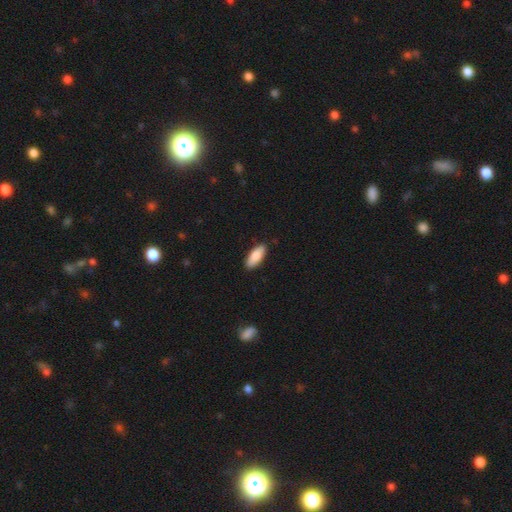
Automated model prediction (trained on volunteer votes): smooth_or_featured: smooth (p=0.84) [alt: featured or disk p=0.10]
how_rounded: in between (p=0.78) [alt: cigar-shaped p=0.20]
merging: none (p=0.88) [alt: minor disturbance p=0.09]